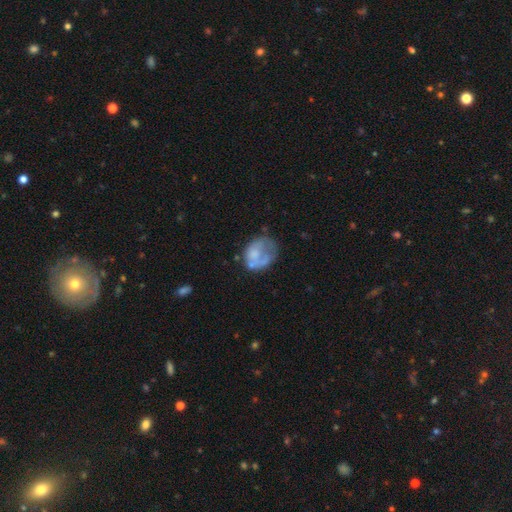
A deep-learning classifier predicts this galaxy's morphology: type=smooth (50%); roundness=in between (51%); merging=none (38%).